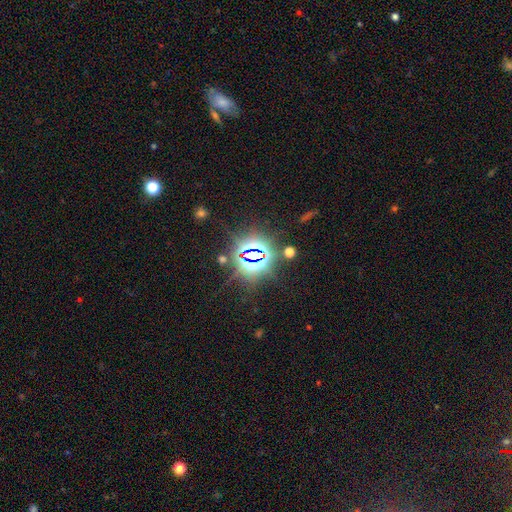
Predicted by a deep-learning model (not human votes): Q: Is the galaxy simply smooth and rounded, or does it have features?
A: star or artifact — 83%.